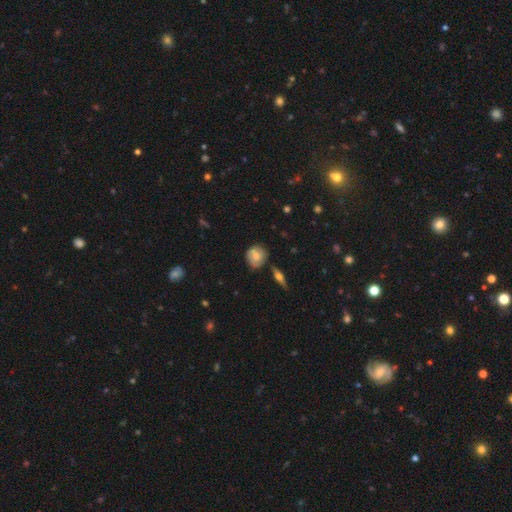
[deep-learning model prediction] This appears to be a smooth galaxy with no disk features (50%). Merging: none (73%).